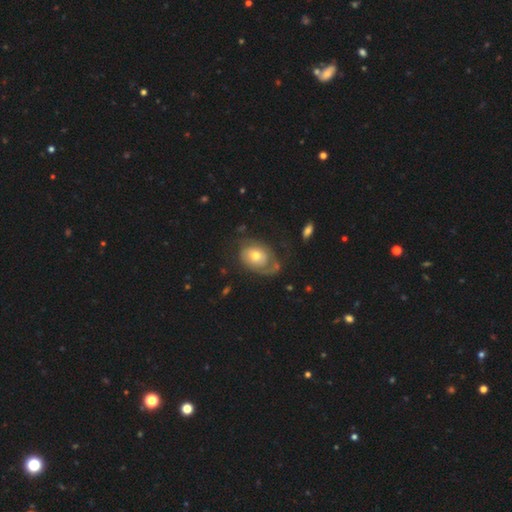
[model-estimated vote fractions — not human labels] This appears to be a featured or disk galaxy (56%) with no bar (81%), spiral arms (67%) and a moderate central bulge (60%). Merging: none (48%).